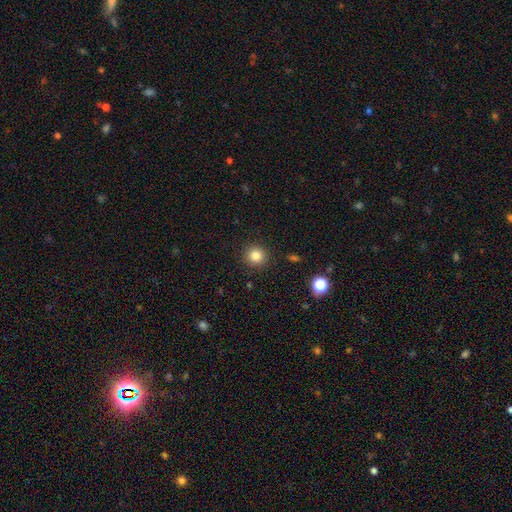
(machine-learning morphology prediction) This is clearly a smooth galaxy (83%). How rounded: clearly round (93%). Merging: clearly none (91%).